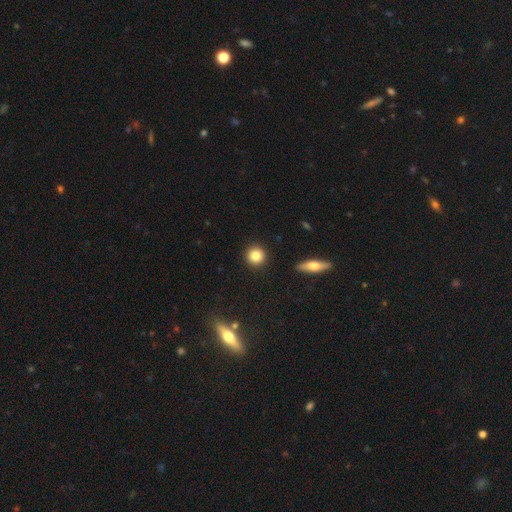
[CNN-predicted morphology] Smooth or featured?
  - smooth: 85% *
  - star or artifact: 9%
  - featured or disk: 6%
How rounded?
  - round: 93% *
  - in between: 6%
  - cigar-shaped: 1%
Merging?
  - none: 92% *
  - minor disturbance: 5%
  - major disturbance: 2%
  - merger: 1%